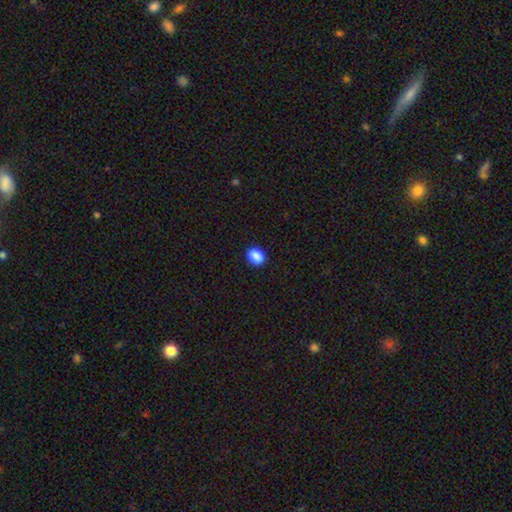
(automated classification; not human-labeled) smooth 89%, star or artifact 8%, featured or disk 3%. Down the decision tree: how rounded — in between (56%); merging — none (91%).